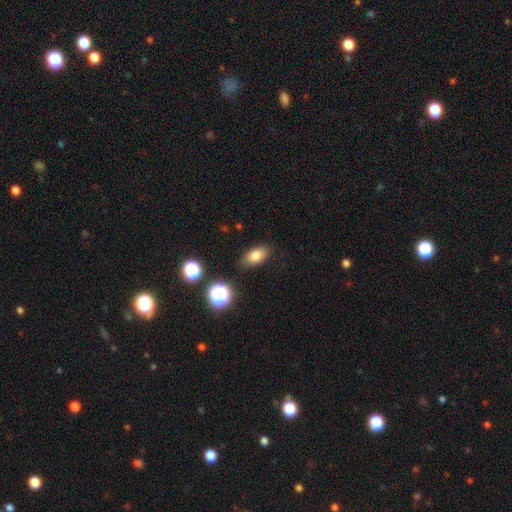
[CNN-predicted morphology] A smooth galaxy with no disk features (79%) that is in between round and cigar-shaped (86%). Merging: none (83%).